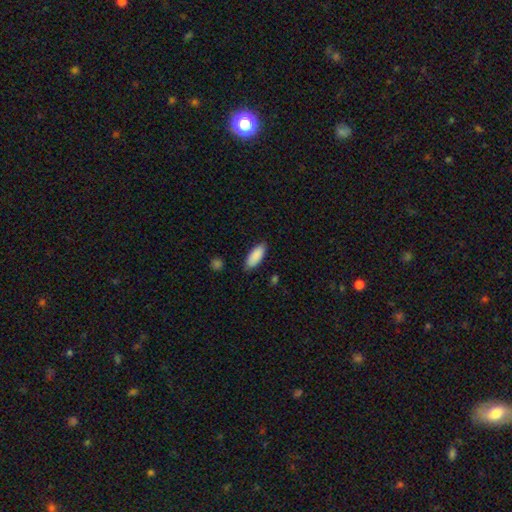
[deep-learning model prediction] Morphology: type=smooth (90%); roundness=in between (81%); merging=none (84%).